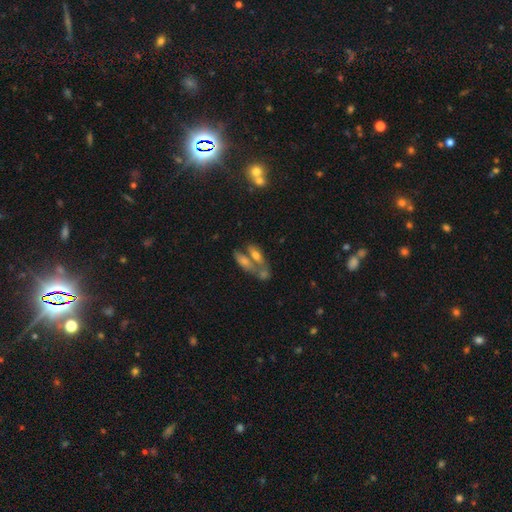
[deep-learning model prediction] Smooth or featured? smooth (60%)
How rounded? in between (73%)
Merging? merger (55%)